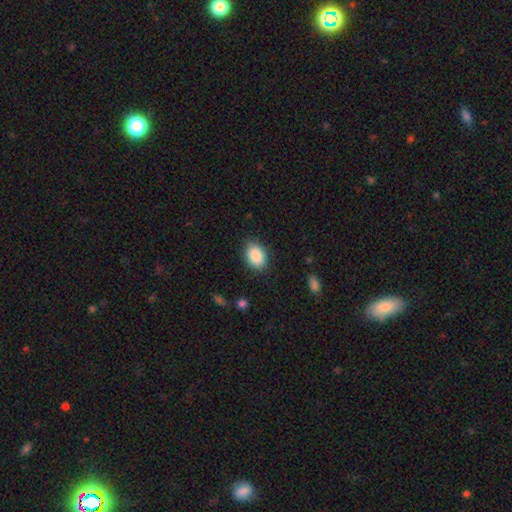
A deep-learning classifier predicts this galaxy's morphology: Q: Smooth or featured?
A: smooth (89%); runner-up: star or artifact (7%)
Q: How rounded?
A: in between (81%); runner-up: round (18%)
Q: Merging?
A: none (86%); runner-up: minor disturbance (10%)